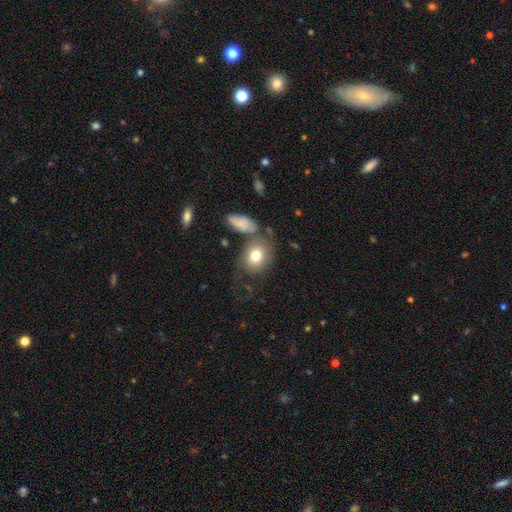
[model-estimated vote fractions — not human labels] Smooth or featured? Predicted: smooth (p=0.76). How rounded? Predicted: round (p=0.52). Merging? Predicted: none (p=0.59).